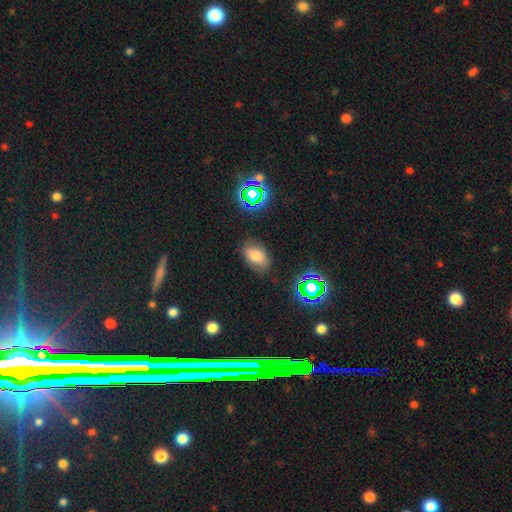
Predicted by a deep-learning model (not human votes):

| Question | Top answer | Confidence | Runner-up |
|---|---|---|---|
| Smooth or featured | smooth | 74% | star or artifact (16%) |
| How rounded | in between | 88% | round (10%) |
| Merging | none | 79% | minor disturbance (15%) |